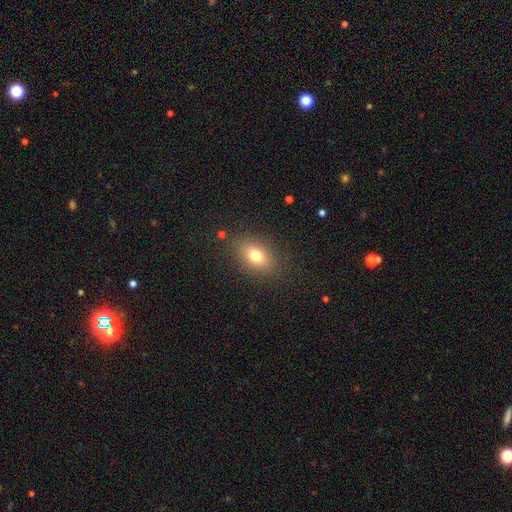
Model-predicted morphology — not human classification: A smooth galaxy with no disk features (75%) that is in between round and cigar-shaped (80%). Merging: none (85%).